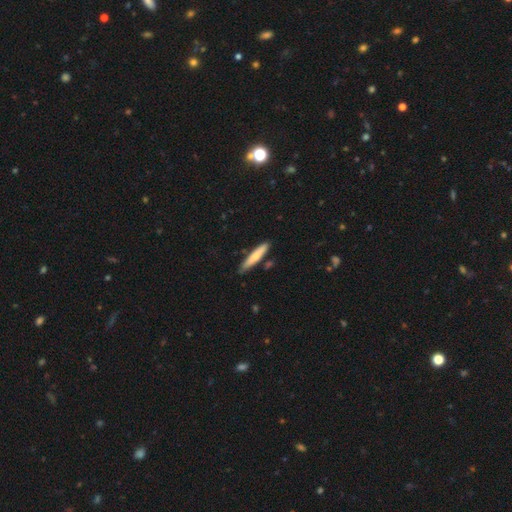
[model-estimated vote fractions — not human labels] Smooth or featured?
  - smooth: 72% *
  - featured or disk: 22%
  - star or artifact: 5%
How rounded?
  - cigar-shaped: 90% *
  - in between: 9%
  - round: 1%
Merging?
  - none: 83% *
  - minor disturbance: 12%
  - merger: 4%
  - major disturbance: 2%